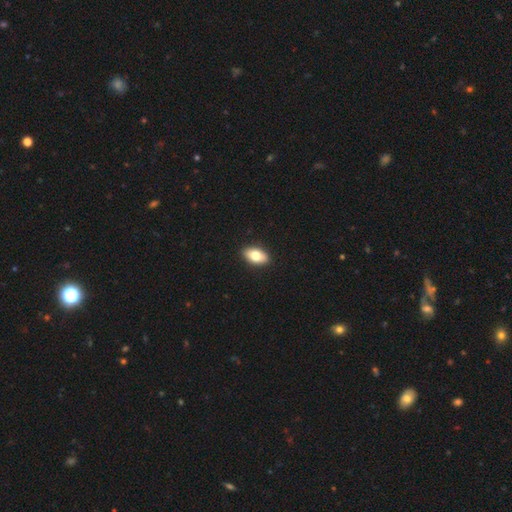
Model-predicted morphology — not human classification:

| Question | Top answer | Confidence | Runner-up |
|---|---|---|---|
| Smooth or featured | smooth | 76% | featured or disk (17%) |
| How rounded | in between | 90% | round (6%) |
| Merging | none | 91% | minor disturbance (7%) |